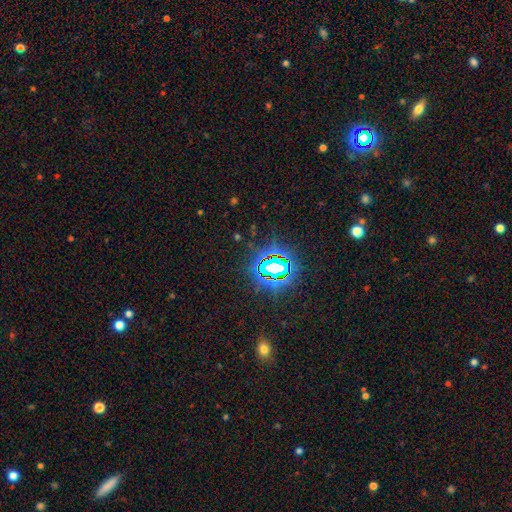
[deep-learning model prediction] A star or artifact, not a galaxy (82%).

Vote fractions:
- Smooth or featured? star or artifact: 82% / smooth: 11% / featured or disk: 7%